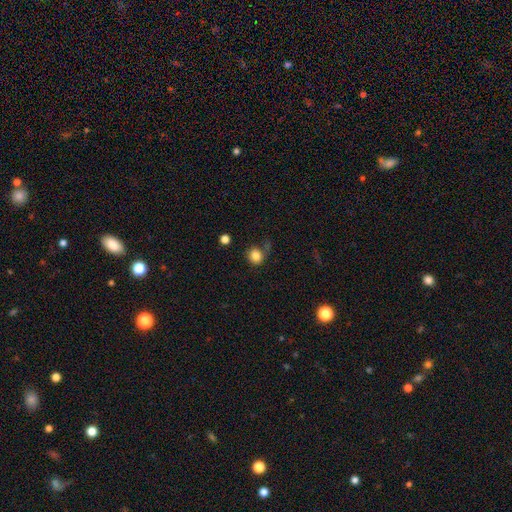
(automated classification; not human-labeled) Q: Smooth or featured?
A: smooth (83%); runner-up: star or artifact (11%)
Q: How rounded?
A: round (80%); runner-up: in between (19%)
Q: Merging?
A: none (64%); runner-up: minor disturbance (19%)